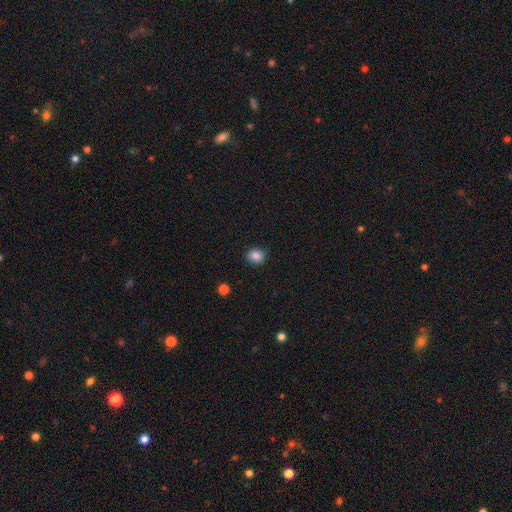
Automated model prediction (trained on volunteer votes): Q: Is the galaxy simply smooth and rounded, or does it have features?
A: smooth — 86%.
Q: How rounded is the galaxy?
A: round — 74%.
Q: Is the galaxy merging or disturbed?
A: none — 87%.